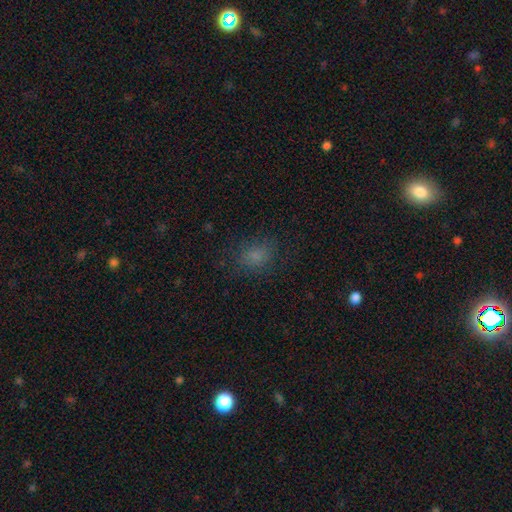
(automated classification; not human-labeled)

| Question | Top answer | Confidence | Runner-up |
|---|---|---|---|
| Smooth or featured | smooth | 76% | star or artifact (16%) |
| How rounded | in between | 57% | round (42%) |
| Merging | none | 77% | minor disturbance (15%) |